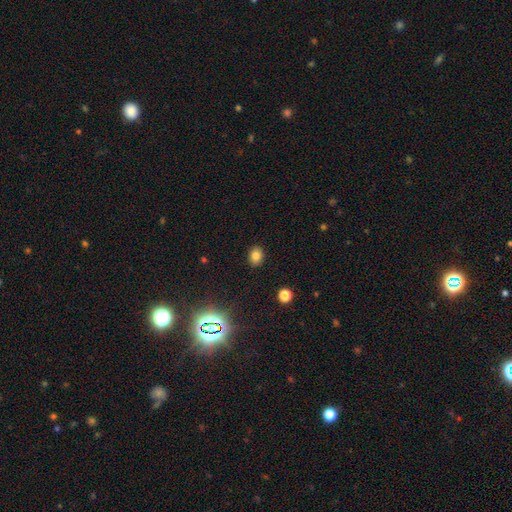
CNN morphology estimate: Q: Smooth or featured?
A: smooth (80%); runner-up: star or artifact (14%)
Q: How rounded?
A: in between (60%); runner-up: round (39%)
Q: Merging?
A: none (89%); runner-up: minor disturbance (8%)